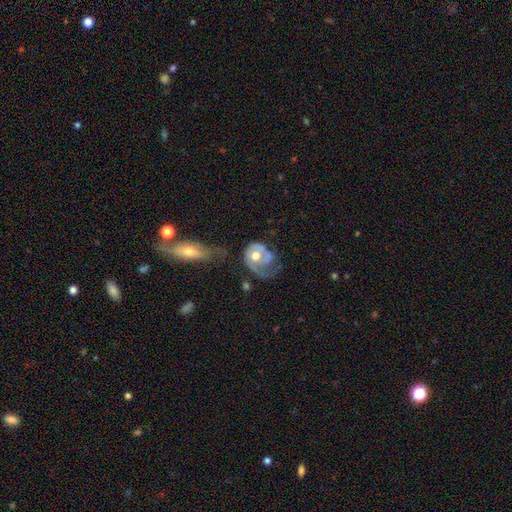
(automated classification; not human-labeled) smooth_or_featured: featured or disk (p=0.70) [alt: smooth p=0.25]
disk_edge_on: no (p=0.97) [alt: yes p=0.03]
bar: no (p=0.82) [alt: weak p=0.15]
has_spiral_arms: yes (p=0.74) [alt: no p=0.26]
spiral_winding: tight (p=0.42) [alt: medium p=0.34]
spiral_arm_count: 1 (p=0.45) [alt: 2 p=0.36]
bulge_size: moderate (p=0.72) [alt: large p=0.17]
merging: major disturbance (p=0.41) [alt: none p=0.27]